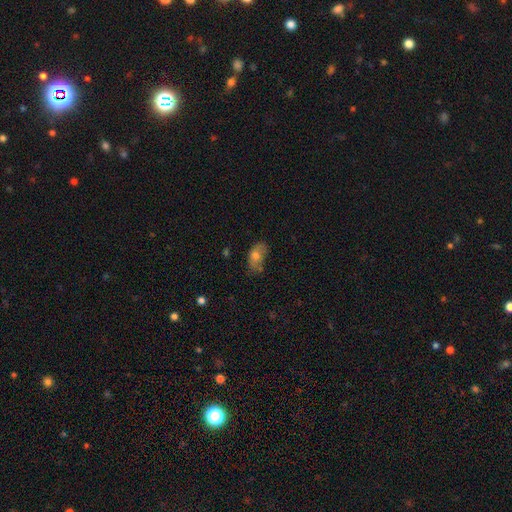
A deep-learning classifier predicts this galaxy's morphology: A smooth galaxy with no disk features (70%) that is in between round and cigar-shaped (88%).

Vote fractions:
- Smooth or featured? smooth: 70% / featured or disk: 21% / star or artifact: 9%
- How rounded? in between: 88% / round: 9% / cigar-shaped: 3%
- Merging? none: 47% / minor disturbance: 34% / major disturbance: 13% / merger: 6%